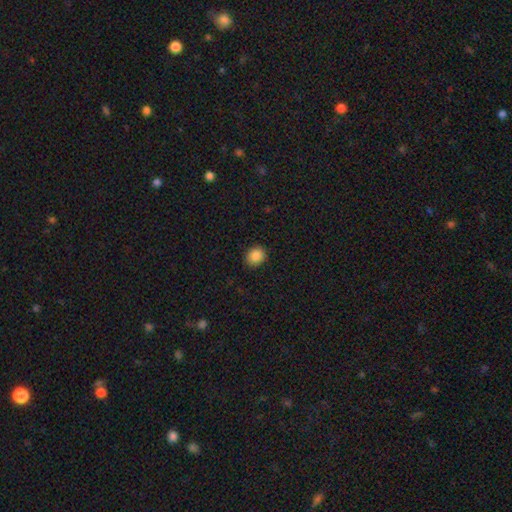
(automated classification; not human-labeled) A smooth galaxy with no disk features (87%) that is round (71%). Merging: none (90%).